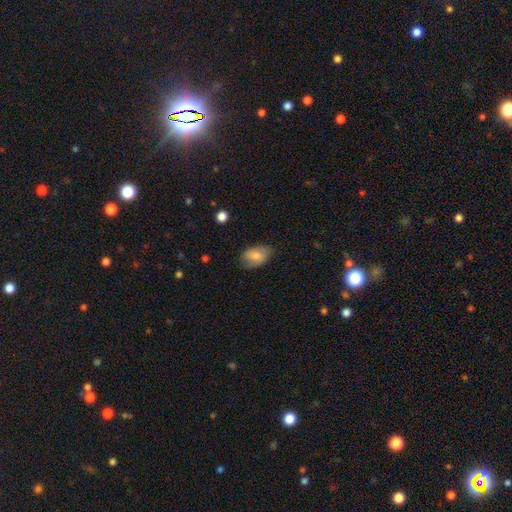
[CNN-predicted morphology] Smooth or featured? smooth (74%)
How rounded? in between (88%)
Merging? none (71%)